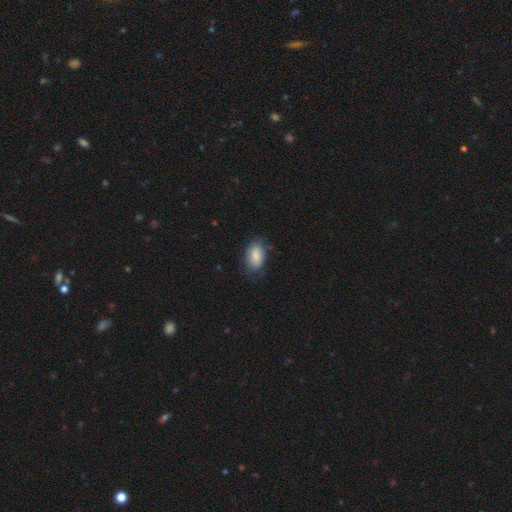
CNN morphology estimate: Smooth or featured? Predicted: smooth (p=0.82). How rounded? Predicted: in between (p=0.92). Merging? Predicted: none (p=0.64).